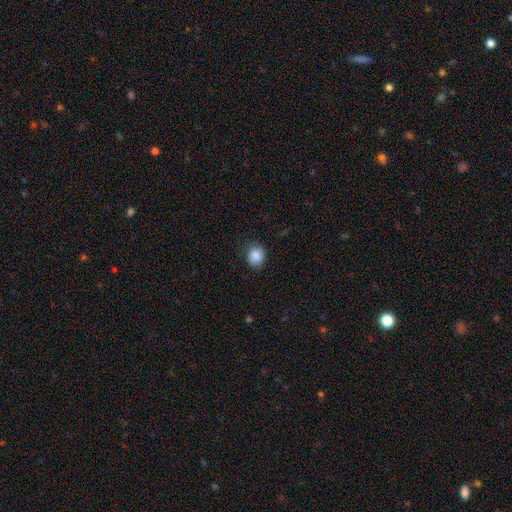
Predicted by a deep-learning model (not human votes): smooth_or_featured: smooth (p=0.88) [alt: star or artifact p=0.09]
how_rounded: round (p=0.74) [alt: in between p=0.26]
merging: none (p=0.82) [alt: minor disturbance p=0.14]